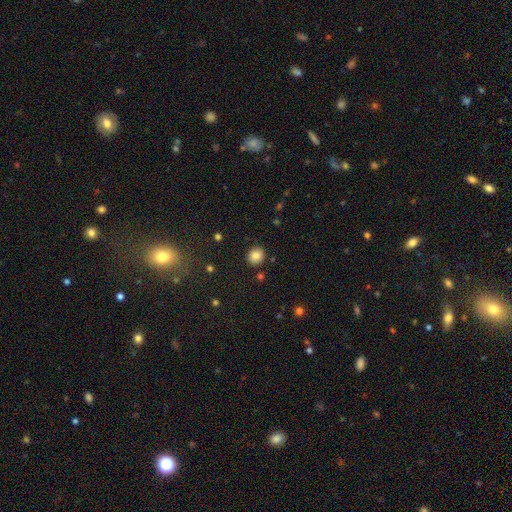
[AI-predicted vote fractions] smooth_or_featured: smooth (p=0.83) [alt: star or artifact p=0.11]
how_rounded: round (p=0.80) [alt: in between p=0.19]
merging: none (p=0.88) [alt: minor disturbance p=0.08]